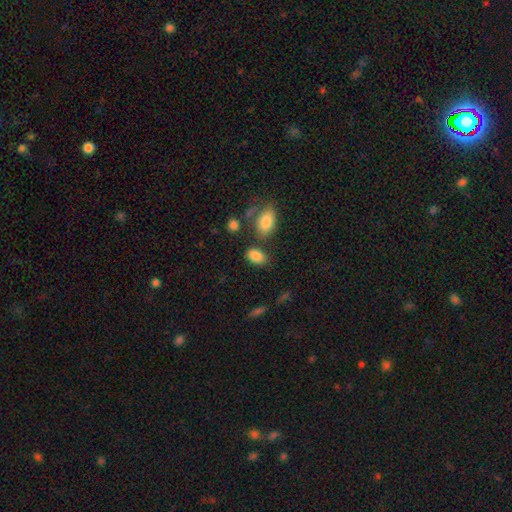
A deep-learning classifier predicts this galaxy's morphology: A smooth galaxy with no disk features (86%) that is in between round and cigar-shaped (90%).

Vote fractions:
- Smooth or featured? smooth: 86% / star or artifact: 9% / featured or disk: 5%
- How rounded? in between: 90% / round: 8% / cigar-shaped: 2%
- Merging? none: 72% / minor disturbance: 14% / merger: 10% / major disturbance: 5%